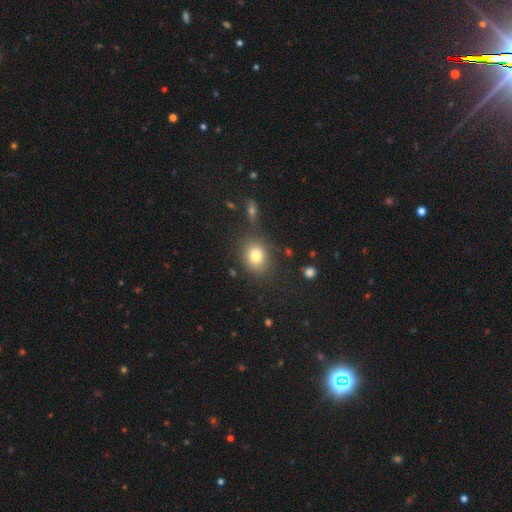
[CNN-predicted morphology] The model was most divided on "how rounded": round: 51%, in between: 48%, cigar-shaped: 1%. More confident: smooth or featured — smooth (80%); merging — none (79%).